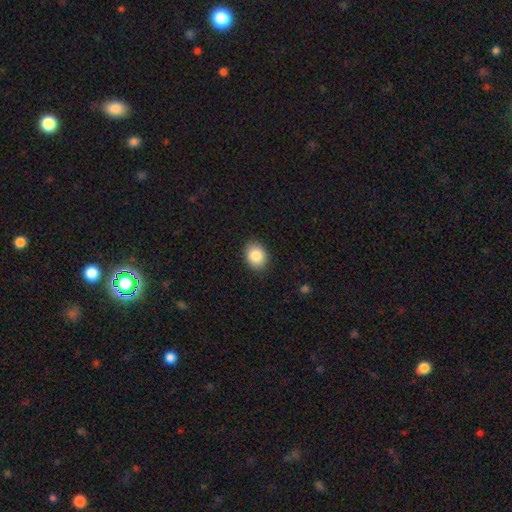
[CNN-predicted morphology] Smooth or featured?
  - smooth: 86% *
  - star or artifact: 8%
  - featured or disk: 6%
How rounded?
  - in between: 58% *
  - round: 41%
  - cigar-shaped: 1%
Merging?
  - none: 88% *
  - minor disturbance: 9%
  - major disturbance: 2%
  - merger: 1%